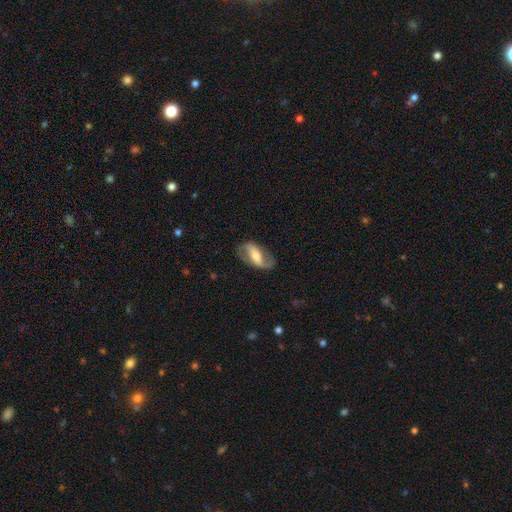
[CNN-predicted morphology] Overall: featured or disk (72%). Edge-on disk: no (92%). Bar: strong (49%; weak 32%). Spiral arms: yes (85%). Spiral arm count: 2 (87%). Spiral winding: loose (54%; medium 33%). Bulge size: moderate (52%; small 35%). Merging: none (74%).